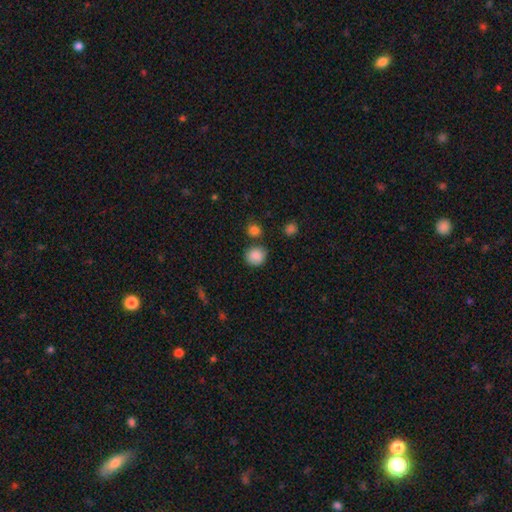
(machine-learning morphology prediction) Smooth or featured?
  - smooth: 87% *
  - star or artifact: 9%
  - featured or disk: 4%
How rounded?
  - round: 84% *
  - in between: 15%
  - cigar-shaped: 1%
Merging?
  - none: 78% *
  - minor disturbance: 11%
  - merger: 7%
  - major disturbance: 3%